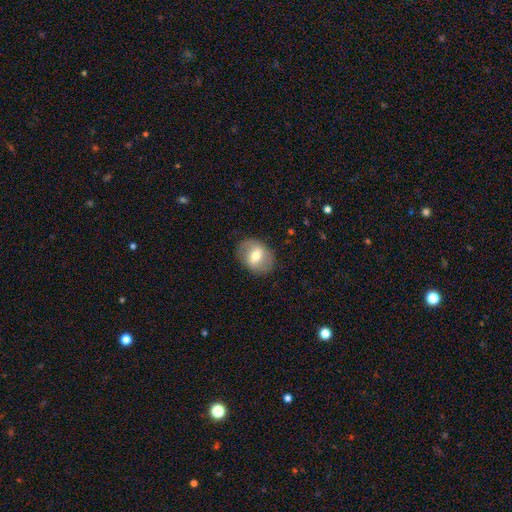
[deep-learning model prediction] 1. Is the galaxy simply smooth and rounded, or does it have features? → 56% smooth, 36% featured or disk, 7% star or artifact.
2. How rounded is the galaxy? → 52% in between, 46% round, 1% cigar-shaped.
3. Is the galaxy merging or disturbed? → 83% none, 11% minor disturbance, 4% major disturbance, 1% merger.